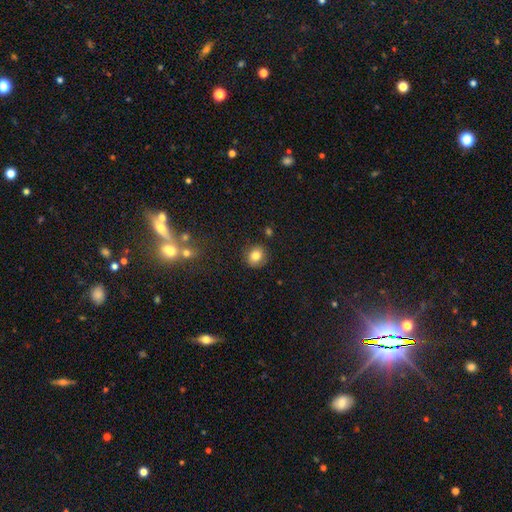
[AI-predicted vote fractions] Smooth or featured? Predicted: smooth (p=0.81). How rounded? Predicted: round (p=0.84). Merging? Predicted: none (p=0.86).